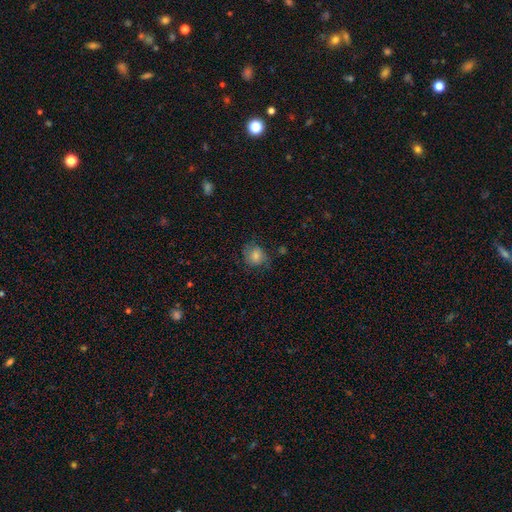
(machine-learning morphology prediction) smooth 79%, featured or disk 11%, star or artifact 10%. Down the decision tree: how rounded — round (71%); merging — none (67%).